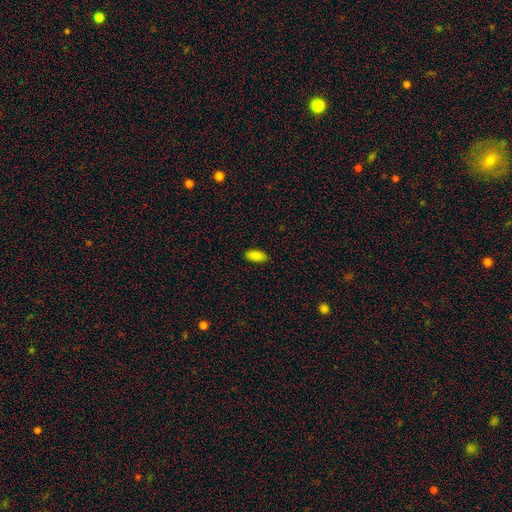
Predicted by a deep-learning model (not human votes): smooth_or_featured: smooth (p=0.88) [alt: star or artifact p=0.08]
how_rounded: in between (p=0.92) [alt: cigar-shaped p=0.06]
merging: none (p=0.88) [alt: minor disturbance p=0.09]